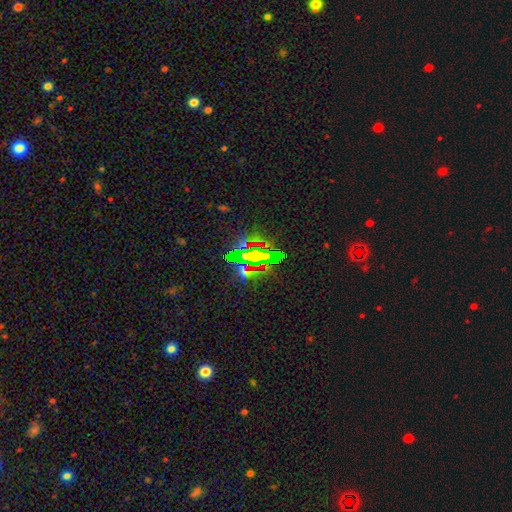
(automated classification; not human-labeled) smooth-or-featured: star or artifact: 66% | smooth: 19% | featured or disk: 15%